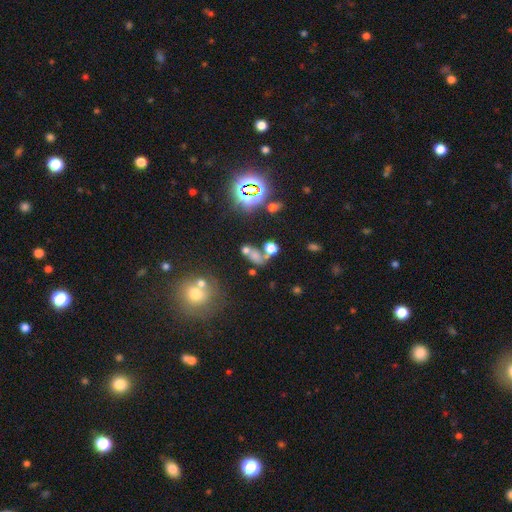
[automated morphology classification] smooth-or-featured: smooth: 53% | star or artifact: 30% | featured or disk: 18%
  how-rounded: in between: 63% | round: 31% | cigar-shaped: 6%
  merging: merger: 44% | none: 33% | minor disturbance: 12% | major disturbance: 11%